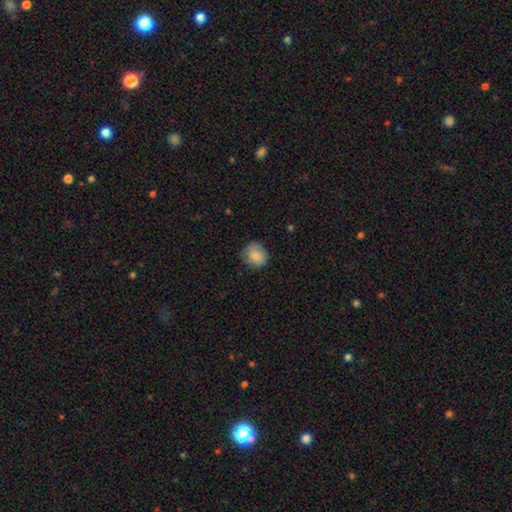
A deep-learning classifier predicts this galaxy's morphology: Q: Smooth or featured?
A: smooth (84%); runner-up: featured or disk (9%)
Q: How rounded?
A: round (85%); runner-up: in between (14%)
Q: Merging?
A: none (78%); runner-up: minor disturbance (17%)